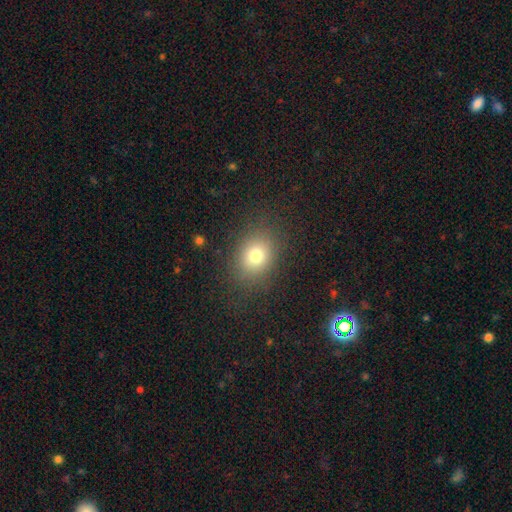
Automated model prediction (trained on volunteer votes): The model was most divided on "how rounded": in between: 50%, round: 49%, cigar-shaped: 1%. More confident: merging — none (83%); smooth or featured — smooth (76%).